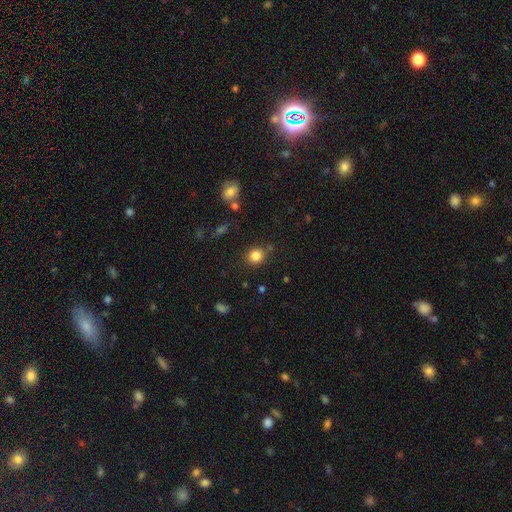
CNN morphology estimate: This is clearly a smooth galaxy (83%). How rounded: likely round (76%). Merging: likely none (79%).